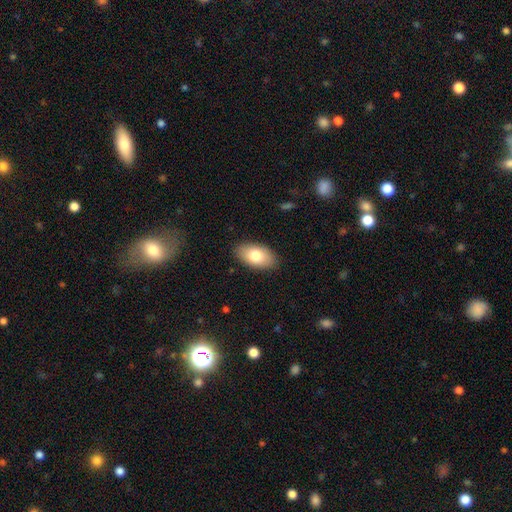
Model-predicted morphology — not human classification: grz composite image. It shows a smooth galaxy with no disk features (77%) that is in between round and cigar-shaped (93%). Merging: none (87%).